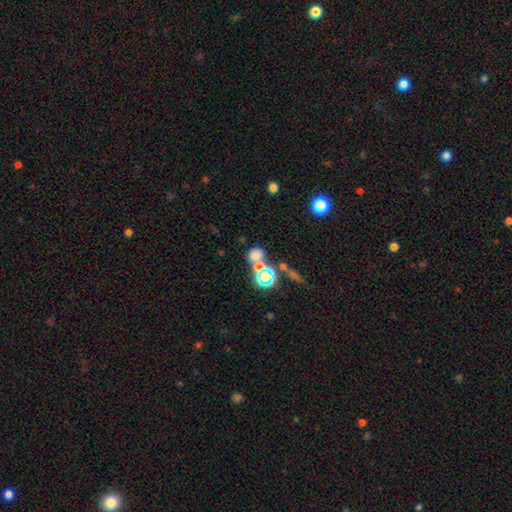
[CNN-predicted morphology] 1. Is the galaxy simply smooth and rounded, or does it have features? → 62% smooth, 28% star or artifact, 10% featured or disk.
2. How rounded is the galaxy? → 60% round, 38% in between, 2% cigar-shaped.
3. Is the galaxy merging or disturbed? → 47% none, 38% merger, 9% minor disturbance, 6% major disturbance.